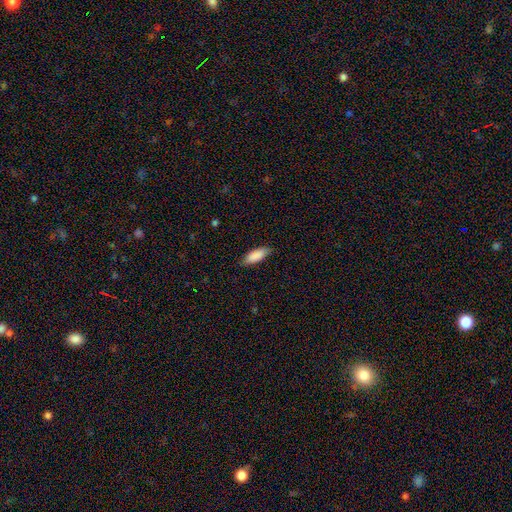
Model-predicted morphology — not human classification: Q: Smooth or featured?
A: smooth (88%); runner-up: featured or disk (7%)
Q: How rounded?
A: in between (73%); runner-up: cigar-shaped (26%)
Q: Merging?
A: none (82%); runner-up: minor disturbance (15%)